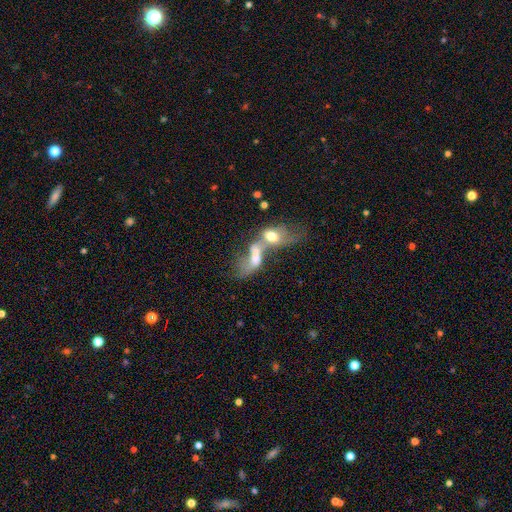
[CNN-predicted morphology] Smooth or featured? Predicted: featured or disk (p=0.47). Merging? Predicted: merger (p=0.77).